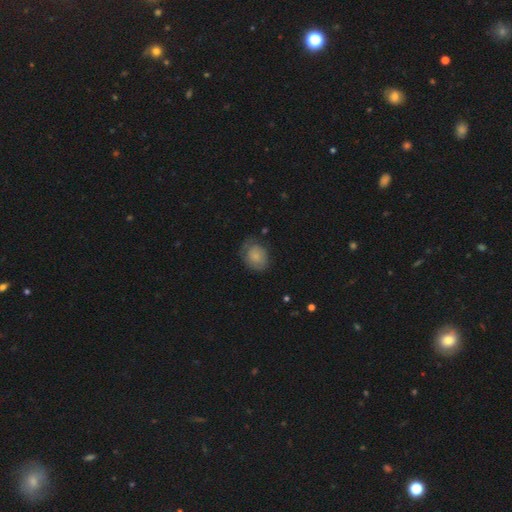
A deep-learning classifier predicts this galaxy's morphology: A smooth galaxy with no disk features (69%) that is round (51%). Merging: none (55%).